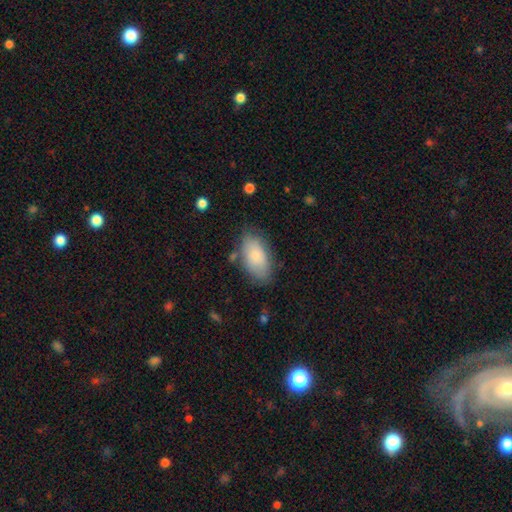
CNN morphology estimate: Overall: smooth (81%). How rounded: in between (94%). Merging: none (73%).